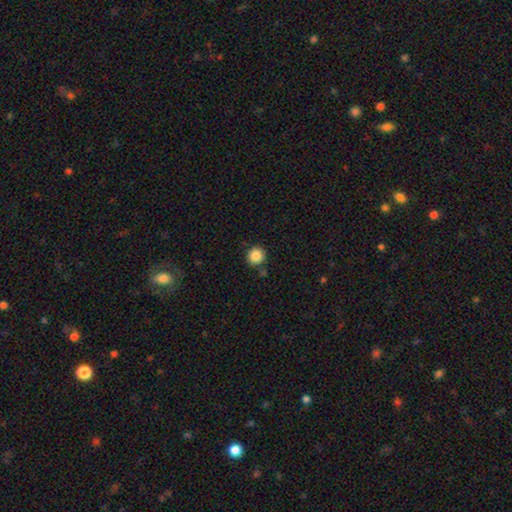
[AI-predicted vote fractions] Q: Smooth or featured?
A: smooth (87%); runner-up: star or artifact (10%)
Q: How rounded?
A: round (91%); runner-up: in between (8%)
Q: Merging?
A: none (84%); runner-up: minor disturbance (9%)